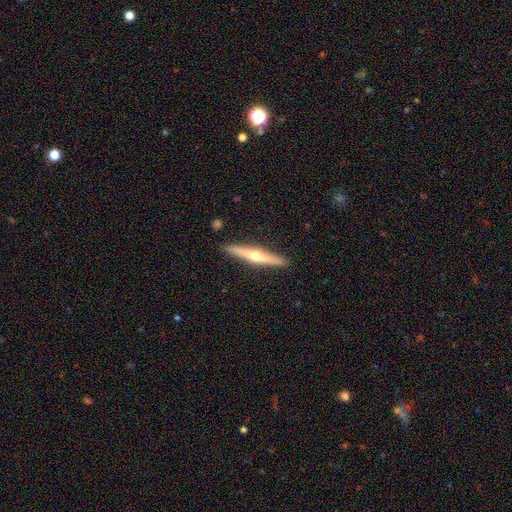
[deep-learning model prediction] Smooth or featured: featured or disk — 64% (smooth — 30%)
Edge-on disk: yes — 96% (no — 4%)
Edge-on bulge: rounded — 92% (none — 6%)
Merging: none — 91% (minor disturbance — 7%)